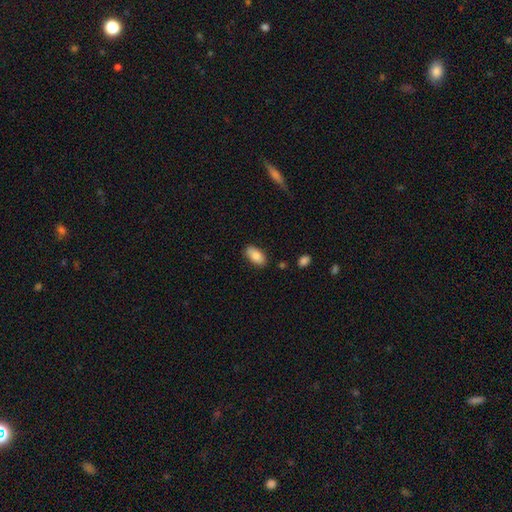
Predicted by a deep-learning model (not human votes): A smooth galaxy with no disk features (84%) that is in between round and cigar-shaped (93%).

Vote fractions:
- Smooth or featured? smooth: 84% / featured or disk: 9% / star or artifact: 7%
- How rounded? in between: 93% / cigar-shaped: 4% / round: 3%
- Merging? none: 84% / minor disturbance: 12% / major disturbance: 2% / merger: 2%